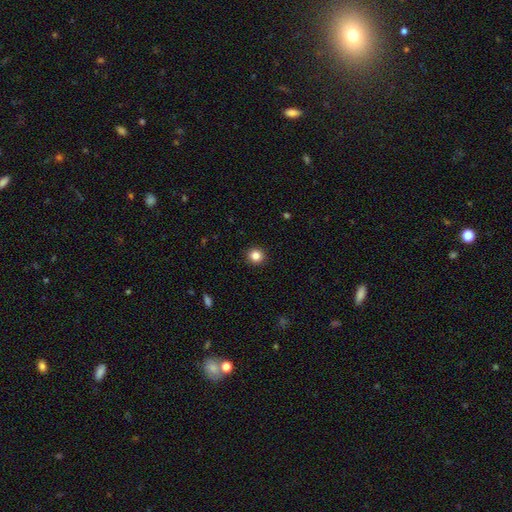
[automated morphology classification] smooth-or-featured: smooth: 85% | star or artifact: 11% | featured or disk: 5%
  how-rounded: round: 91% | in between: 8% | cigar-shaped: 1%
  merging: none: 92% | minor disturbance: 5% | major disturbance: 2% | merger: 1%